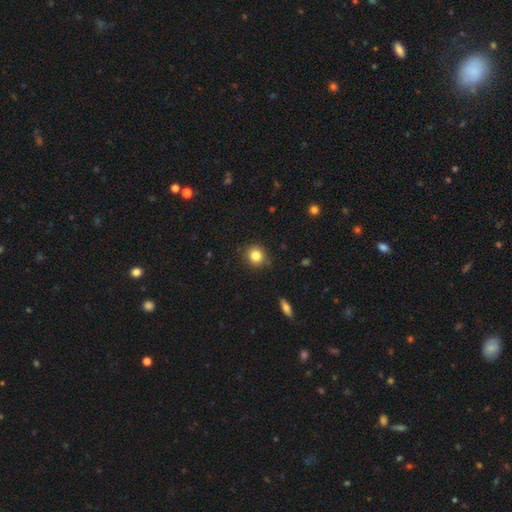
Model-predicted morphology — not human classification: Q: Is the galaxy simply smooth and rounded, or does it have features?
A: smooth — 83%.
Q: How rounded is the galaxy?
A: round — 85%.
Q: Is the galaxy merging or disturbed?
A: none — 84%.